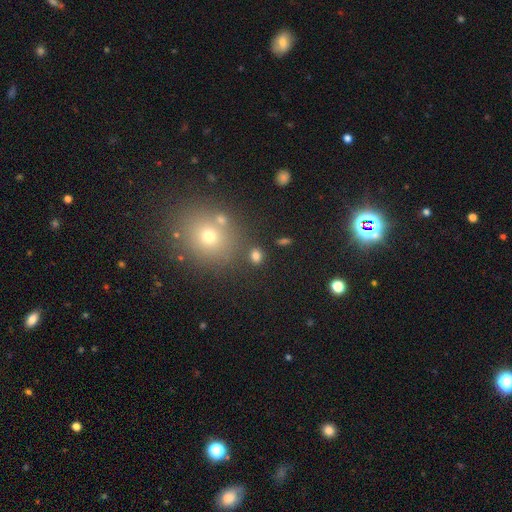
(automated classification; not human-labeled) Smooth or featured?
  - smooth: 76% *
  - star or artifact: 17%
  - featured or disk: 7%
How rounded?
  - round: 63% *
  - in between: 35%
  - cigar-shaped: 2%
Merging?
  - none: 79% *
  - minor disturbance: 9%
  - merger: 8%
  - major disturbance: 4%